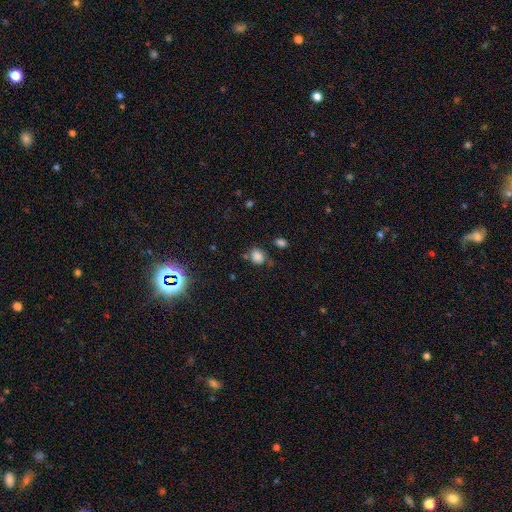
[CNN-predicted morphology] Smooth or featured: smooth — 81% (star or artifact — 13%)
How rounded: round — 62% (in between — 37%)
Merging: none — 66% (minor disturbance — 20%)